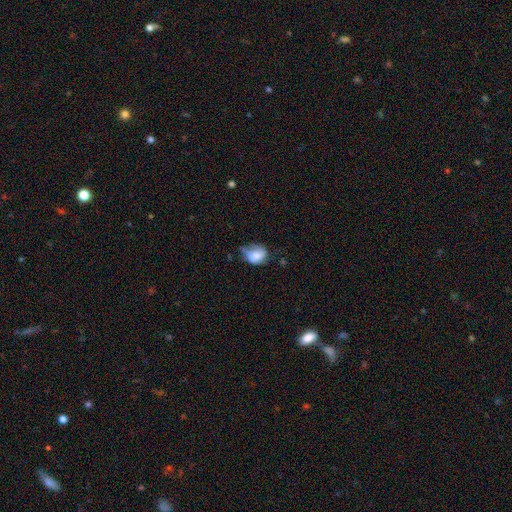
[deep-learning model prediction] Q: Smooth or featured?
A: smooth (71%); runner-up: featured or disk (20%)
Q: How rounded?
A: in between (51%); runner-up: round (48%)
Q: Merging?
A: minor disturbance (41%); runner-up: none (34%)